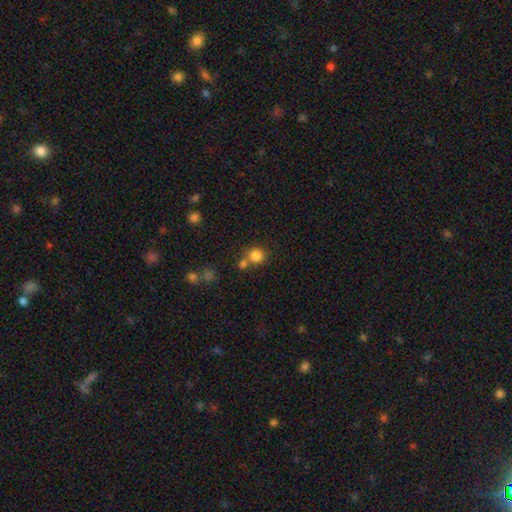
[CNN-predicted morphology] Overall: smooth (82%). How rounded: round (88%). Merging: none (62%; merger 26%).